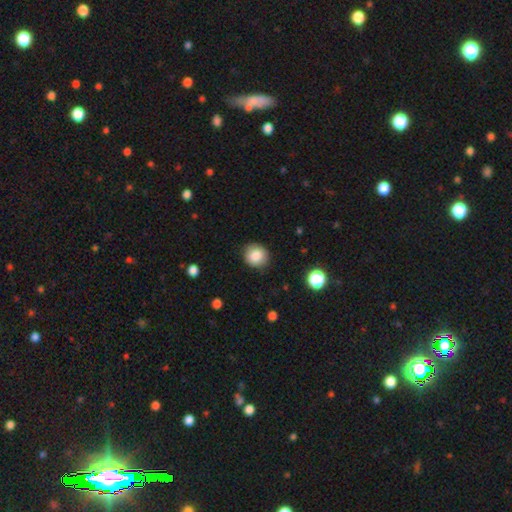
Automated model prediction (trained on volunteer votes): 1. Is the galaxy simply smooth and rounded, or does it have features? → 85% smooth, 9% star or artifact, 6% featured or disk.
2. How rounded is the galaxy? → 84% round, 15% in between, 1% cigar-shaped.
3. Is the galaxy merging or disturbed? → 85% none, 11% minor disturbance, 3% major disturbance, 1% merger.